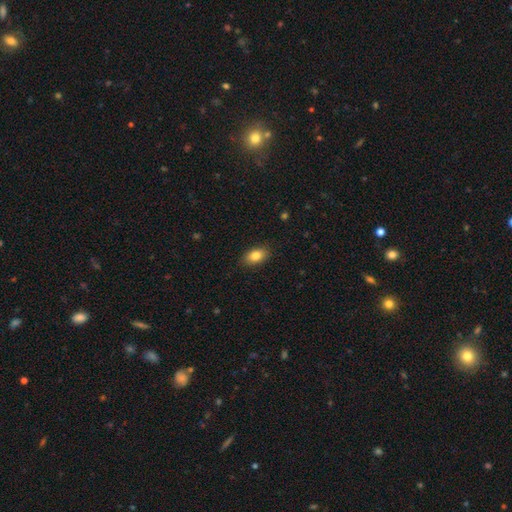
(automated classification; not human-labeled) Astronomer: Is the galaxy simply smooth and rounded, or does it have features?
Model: smooth — 83%.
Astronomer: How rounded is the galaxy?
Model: in between — 88%.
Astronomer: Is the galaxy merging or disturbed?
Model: none — 88%.